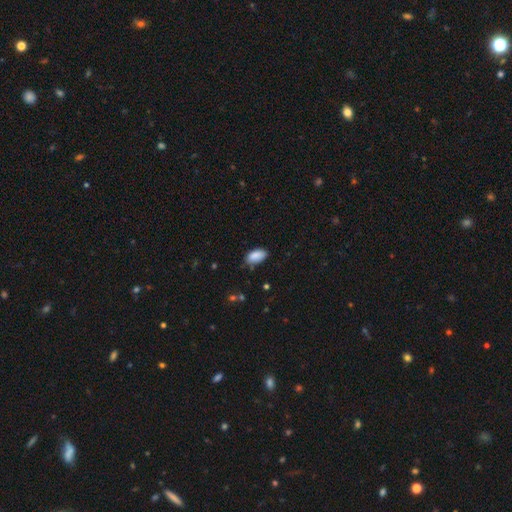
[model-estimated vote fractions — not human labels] smooth-or-featured: smooth: 89% | star or artifact: 7% | featured or disk: 4%
  how-rounded: in between: 94% | cigar-shaped: 3% | round: 3%
  merging: none: 75% | minor disturbance: 20% | major disturbance: 3% | merger: 2%